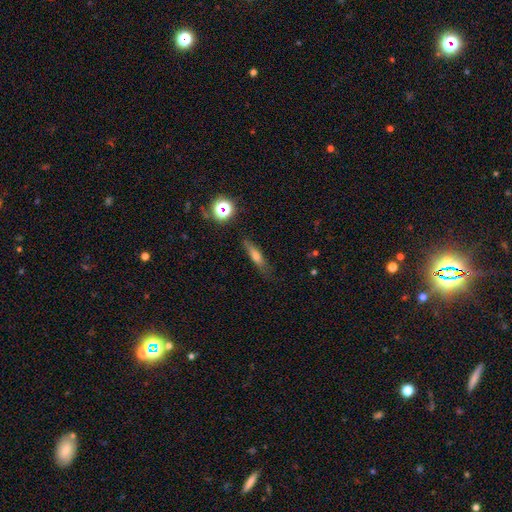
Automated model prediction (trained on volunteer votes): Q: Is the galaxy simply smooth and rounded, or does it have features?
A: smooth — 61%.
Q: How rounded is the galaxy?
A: cigar-shaped — 74%.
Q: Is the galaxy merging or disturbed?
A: none — 77%.